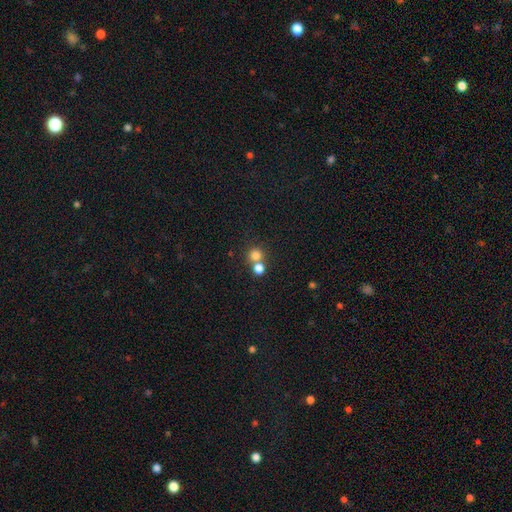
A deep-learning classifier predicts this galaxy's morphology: This appears to be a smooth galaxy with no disk features (78%) that is round (90%). Merging: none (53%).